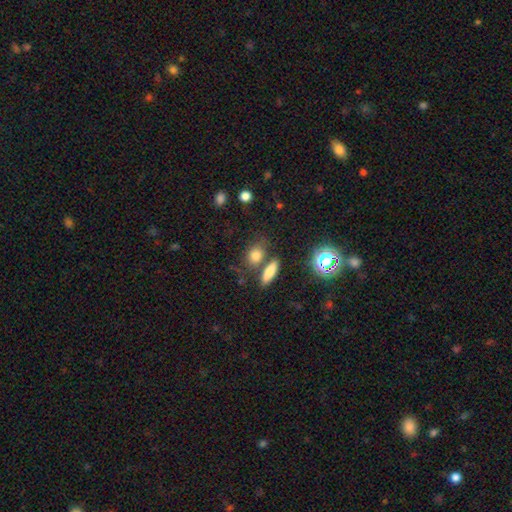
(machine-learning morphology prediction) A smooth galaxy with no disk features (78%) that is in between round and cigar-shaped (48%).

Vote fractions:
- Smooth or featured? smooth: 78% / star or artifact: 14% / featured or disk: 8%
- How rounded? in between: 48% / round: 44% / cigar-shaped: 8%
- Merging? none: 65% / merger: 17% / minor disturbance: 13% / major disturbance: 5%